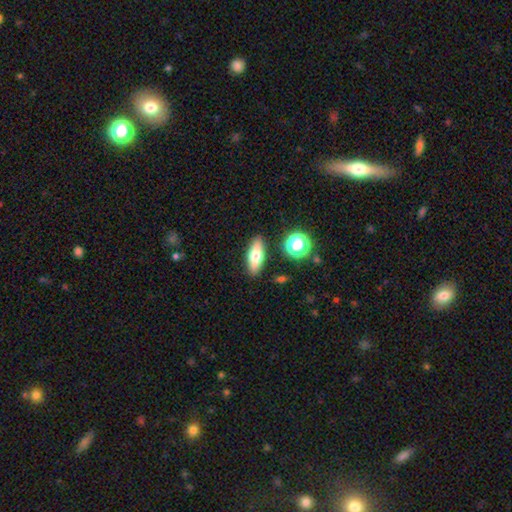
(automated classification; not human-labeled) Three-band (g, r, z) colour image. It shows a smooth galaxy with no disk features (61%) that is in between round and cigar-shaped (62%). Merging: none (87%).